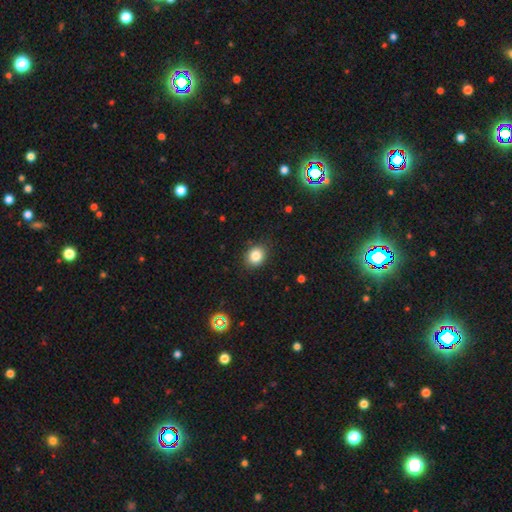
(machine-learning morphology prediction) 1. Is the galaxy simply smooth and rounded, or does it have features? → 84% smooth, 10% star or artifact, 6% featured or disk.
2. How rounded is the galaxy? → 63% round, 36% in between, 1% cigar-shaped.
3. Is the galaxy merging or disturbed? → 87% none, 10% minor disturbance, 2% major disturbance, 1% merger.